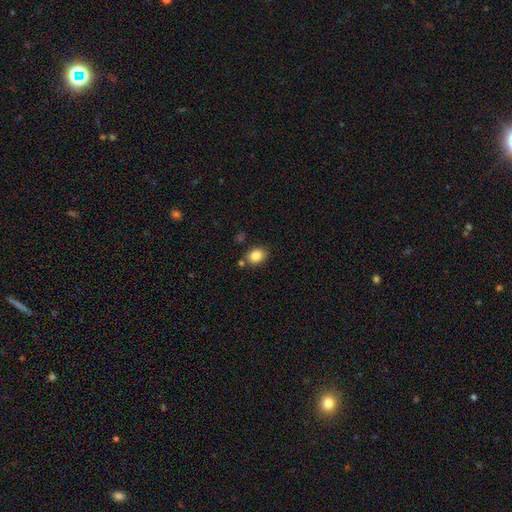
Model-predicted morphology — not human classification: Smooth or featured? Predicted: smooth (p=0.86). How rounded? Predicted: in between (p=0.54). Merging? Predicted: none (p=0.76).